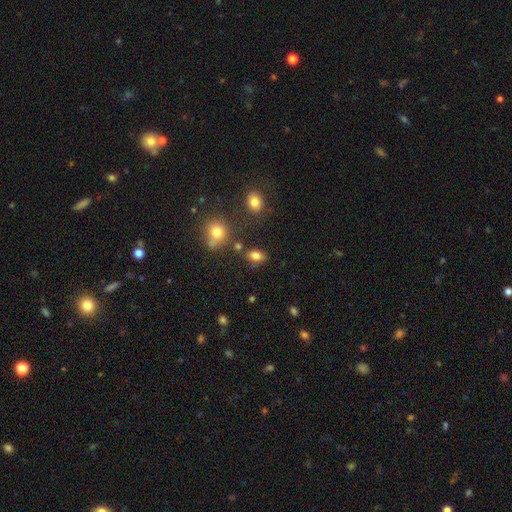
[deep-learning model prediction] A smooth galaxy with no disk features (81%) that is in between round and cigar-shaped (82%).

Vote fractions:
- Smooth or featured? smooth: 81% / star or artifact: 12% / featured or disk: 8%
- How rounded? in between: 82% / round: 15% / cigar-shaped: 2%
- Merging? none: 75% / minor disturbance: 13% / merger: 8% / major disturbance: 4%